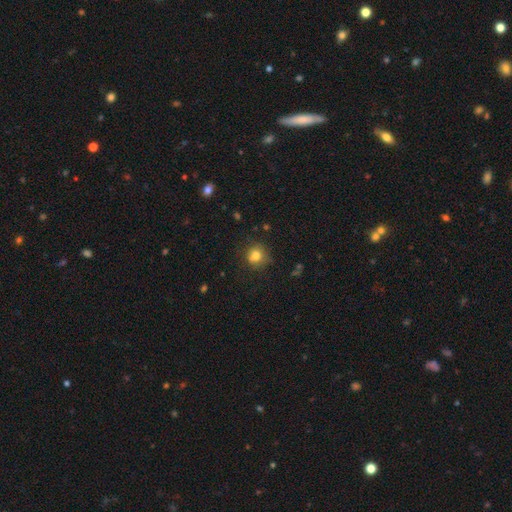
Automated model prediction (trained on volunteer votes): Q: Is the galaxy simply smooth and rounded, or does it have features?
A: smooth — 77%.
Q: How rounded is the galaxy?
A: round — 85%.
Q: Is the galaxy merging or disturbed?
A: none — 73%.